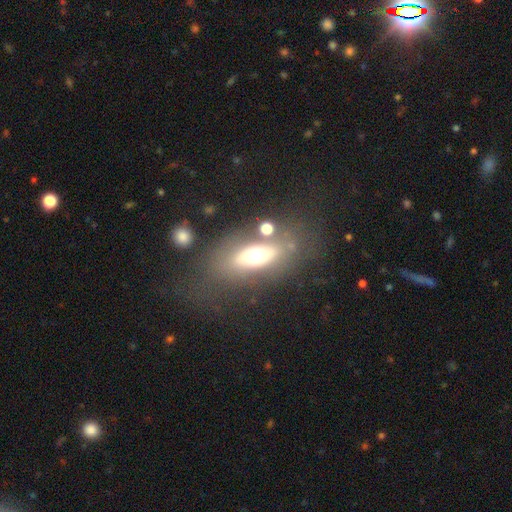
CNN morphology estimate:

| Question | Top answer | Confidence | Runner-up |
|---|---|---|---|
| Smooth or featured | smooth | 49% | featured or disk (41%) |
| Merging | none | 65% | minor disturbance (15%) |